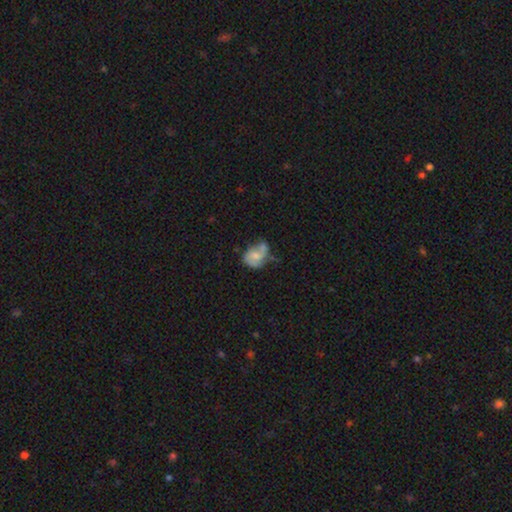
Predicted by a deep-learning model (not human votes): This is possibly a featured or disk galaxy (53%). It is clearly not viewed edge-on (97%). Bar: possibly no (59%). Spiral arm pattern: likely yes (75%). Central bulge: marginally small (42%). Merging: marginally none (35%).